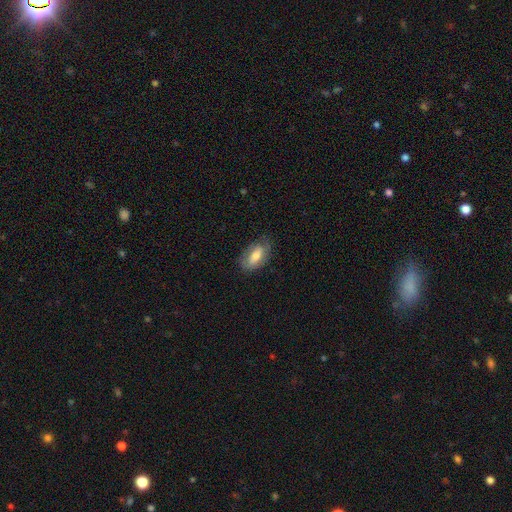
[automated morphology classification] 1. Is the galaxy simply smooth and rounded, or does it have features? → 61% smooth, 31% featured or disk, 7% star or artifact.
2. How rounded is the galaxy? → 90% in between, 5% round, 5% cigar-shaped.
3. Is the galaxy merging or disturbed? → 68% none, 23% minor disturbance, 8% major disturbance, 1% merger.